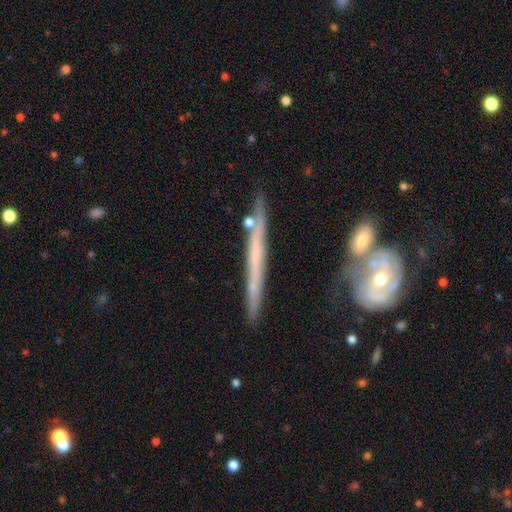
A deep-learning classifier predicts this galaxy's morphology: Smooth or featured? Predicted: featured or disk (p=0.64). Edge-on disk? Predicted: yes (p=0.90). Edge-on bulge? Predicted: none (p=0.83). Merging? Predicted: none (p=0.72).